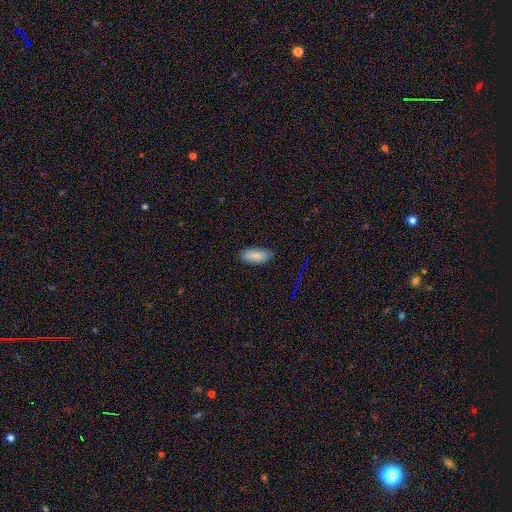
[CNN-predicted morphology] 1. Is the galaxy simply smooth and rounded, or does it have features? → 84% smooth, 8% star or artifact, 8% featured or disk.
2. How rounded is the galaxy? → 84% in between, 14% cigar-shaped, 2% round.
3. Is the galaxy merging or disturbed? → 80% none, 16% minor disturbance, 3% major disturbance, 1% merger.